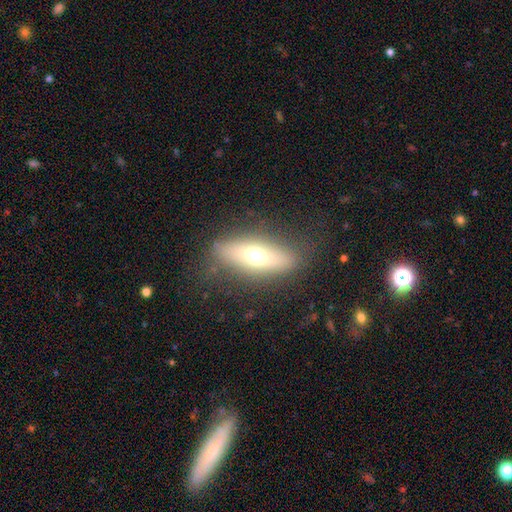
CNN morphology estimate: Q: Smooth or featured?
A: smooth (54%); runner-up: featured or disk (37%)
Q: How rounded?
A: in between (55%); runner-up: cigar-shaped (40%)
Q: Merging?
A: none (80%); runner-up: minor disturbance (13%)